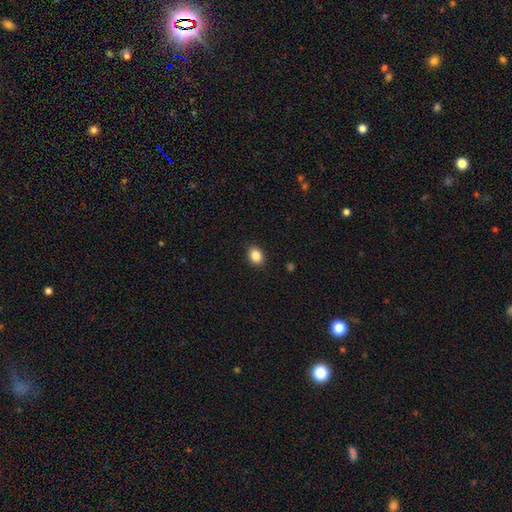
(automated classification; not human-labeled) Smooth or featured?
  - smooth: 86% *
  - star or artifact: 10%
  - featured or disk: 5%
How rounded?
  - in between: 57% *
  - round: 43%
  - cigar-shaped: 1%
Merging?
  - none: 90% *
  - minor disturbance: 7%
  - major disturbance: 2%
  - merger: 1%